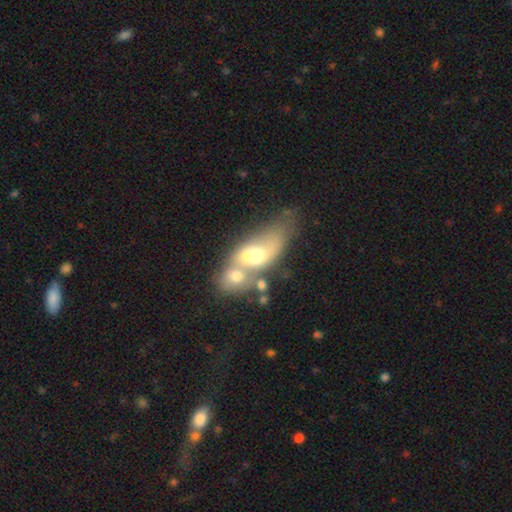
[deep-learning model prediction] A smooth galaxy with no disk features (51%) that is in between round and cigar-shaped (72%). Merging: merger (68%).